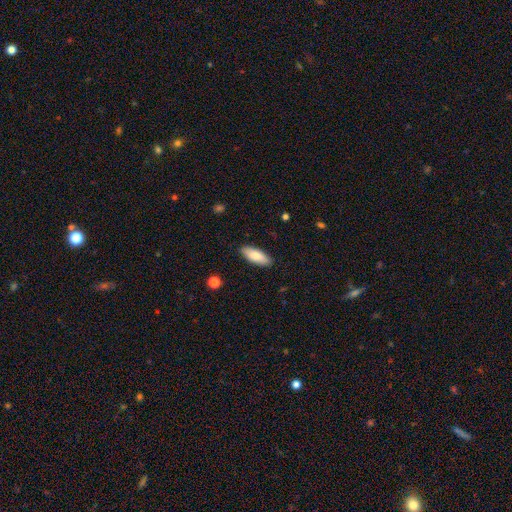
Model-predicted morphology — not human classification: The model was most divided on "how rounded": in between: 73%, cigar-shaped: 25%, round: 2%. More confident: merging — none (88%); smooth or featured — smooth (82%).